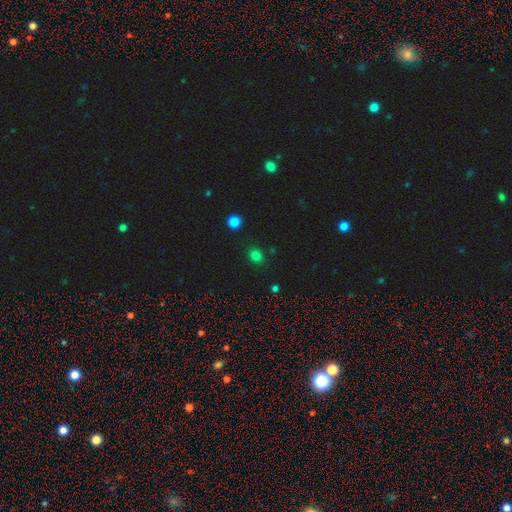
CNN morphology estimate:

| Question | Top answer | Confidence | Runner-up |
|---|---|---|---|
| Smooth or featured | smooth | 78% | star or artifact (18%) |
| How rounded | round | 74% | in between (25%) |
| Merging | none | 87% | minor disturbance (8%) |